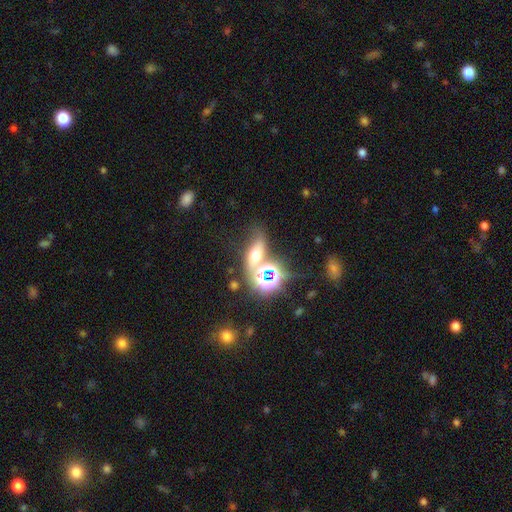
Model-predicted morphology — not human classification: Smooth or featured?
  - smooth: 44% *
  - star or artifact: 34%
  - featured or disk: 22%
Merging?
  - none: 48% *
  - merger: 27%
  - minor disturbance: 15%
  - major disturbance: 11%